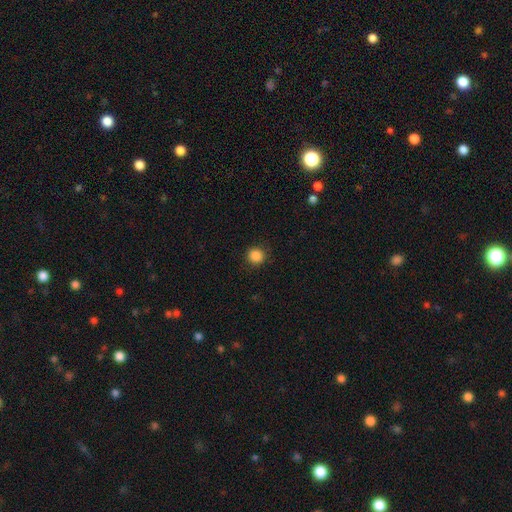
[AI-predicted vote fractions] smooth_or_featured: smooth (p=0.87) [alt: star or artifact p=0.10]
how_rounded: round (p=0.93) [alt: in between p=0.06]
merging: none (p=0.90) [alt: minor disturbance p=0.07]